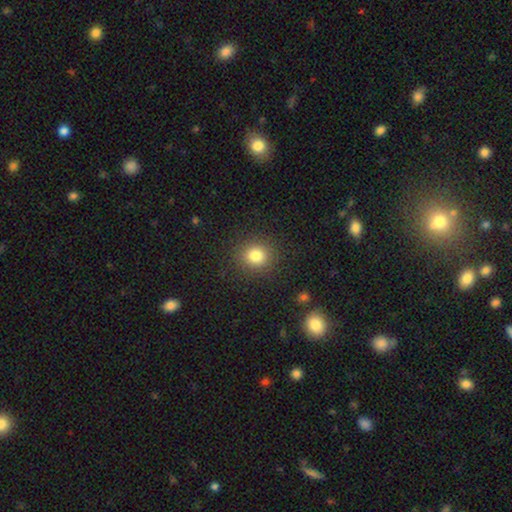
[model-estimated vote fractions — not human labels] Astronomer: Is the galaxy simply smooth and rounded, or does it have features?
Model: smooth — 81%.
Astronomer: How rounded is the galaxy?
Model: round — 85%.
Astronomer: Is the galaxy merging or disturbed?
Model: none — 89%.